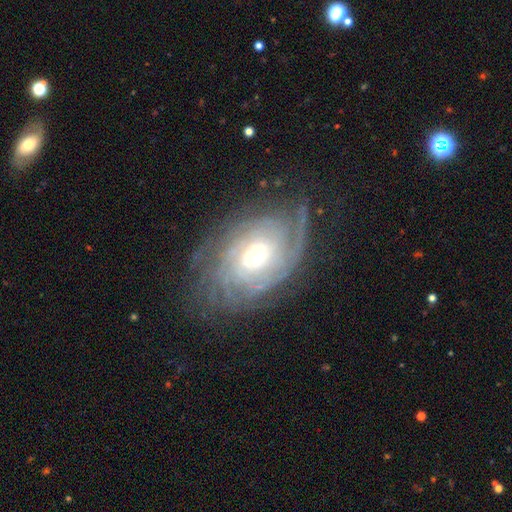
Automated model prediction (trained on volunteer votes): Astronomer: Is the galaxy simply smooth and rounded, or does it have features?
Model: featured or disk — 85%.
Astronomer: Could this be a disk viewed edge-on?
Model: no — 95%.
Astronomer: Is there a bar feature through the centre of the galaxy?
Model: no — 67%.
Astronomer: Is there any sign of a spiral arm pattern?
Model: yes — 95%.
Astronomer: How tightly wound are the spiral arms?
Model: tight — 74%.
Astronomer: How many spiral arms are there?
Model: can't tell — 42%.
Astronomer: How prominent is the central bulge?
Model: moderate — 49% (runner-up: small, 41%).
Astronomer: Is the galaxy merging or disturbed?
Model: none — 71%.